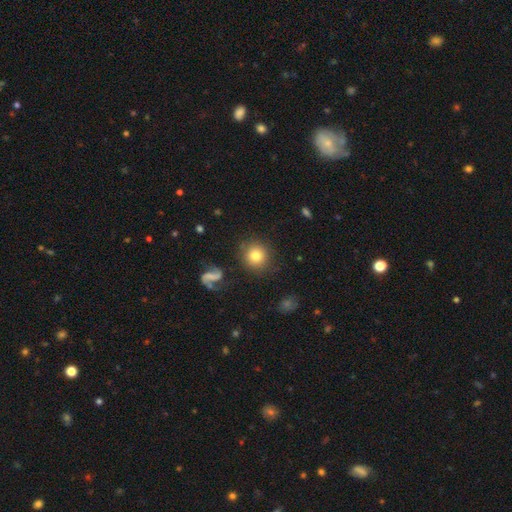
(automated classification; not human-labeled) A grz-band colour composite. It shows a smooth galaxy with no disk features (75%) that is round (92%). Merging: none (84%).